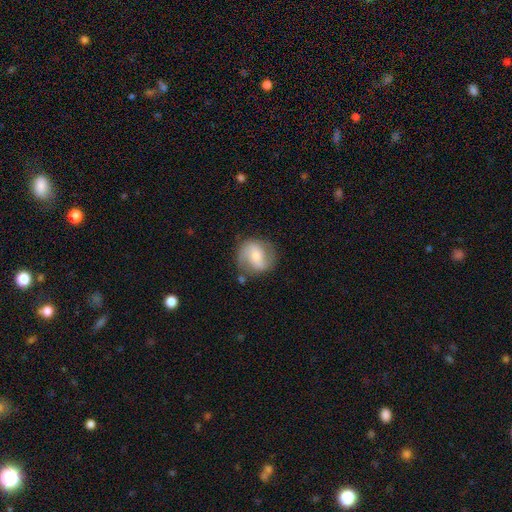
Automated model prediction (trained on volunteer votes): A featured or disk galaxy (62%) with a weak bar (45%), 2 (85%) medium (44%) spiral arms (87%) and a moderate central bulge (48%). Merging: none (73%).